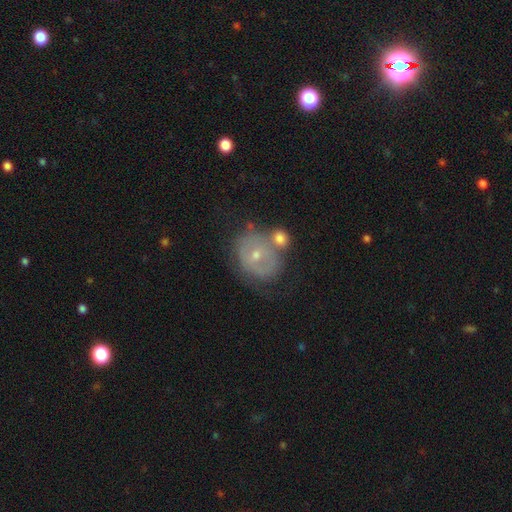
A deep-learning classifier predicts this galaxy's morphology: This is possibly a featured or disk galaxy (56%). It is clearly not viewed edge-on (96%). Bar: likely no (68%). Spiral arm pattern: possibly no (53%). Central bulge: possibly small (56%). Merging: possibly none (48%).